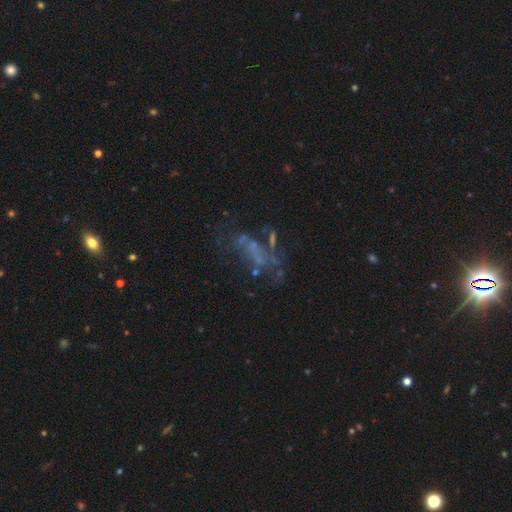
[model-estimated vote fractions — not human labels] Smooth or featured?
  - featured or disk: 57% *
  - star or artifact: 24%
  - smooth: 19%
Edge-on disk?
  - no: 94% *
  - yes: 6%
Bar?
  - no: 83% *
  - weak: 11%
  - strong: 6%
Spiral arms?
  - no: 83% *
  - yes: 17%
Bulge size?
  - none: 76% *
  - small: 15%
  - moderate: 6%
  - large: 2%
  - dominant: 1%
Merging?
  - major disturbance: 36% *
  - none: 35%
  - minor disturbance: 15%
  - merger: 15%